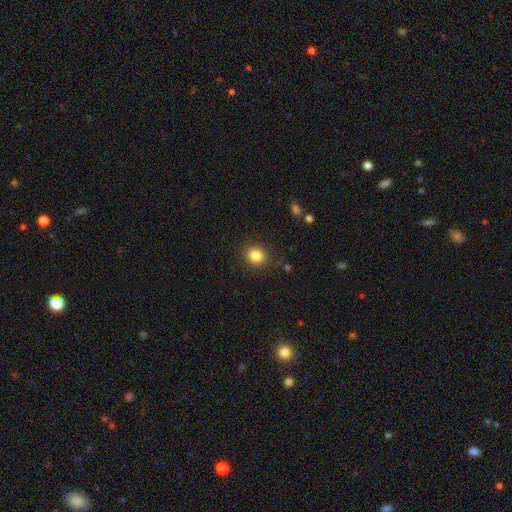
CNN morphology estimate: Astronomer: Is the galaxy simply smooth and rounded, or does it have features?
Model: smooth — 84%.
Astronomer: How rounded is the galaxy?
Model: round — 78%.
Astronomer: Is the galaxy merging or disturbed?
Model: none — 88%.